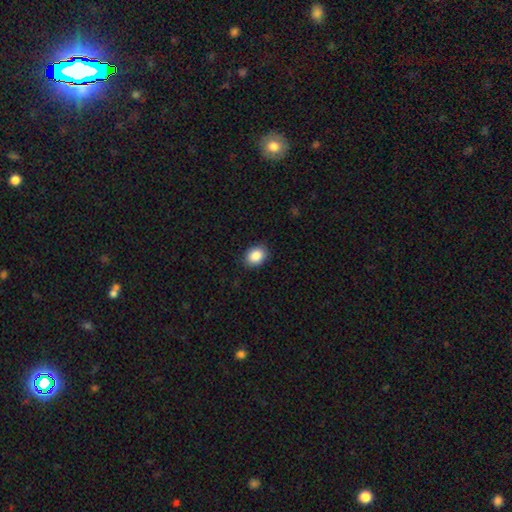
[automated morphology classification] Smooth or featured?
  - smooth: 88% *
  - star or artifact: 8%
  - featured or disk: 4%
How rounded?
  - in between: 61% *
  - round: 38%
  - cigar-shaped: 1%
Merging?
  - none: 88% *
  - minor disturbance: 9%
  - major disturbance: 2%
  - merger: 1%